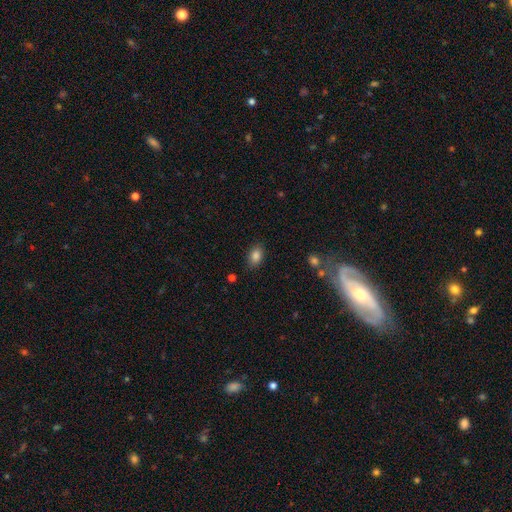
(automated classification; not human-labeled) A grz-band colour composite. It shows a smooth galaxy with no disk features (85%) that is in between round and cigar-shaped (84%). Merging: none (86%).